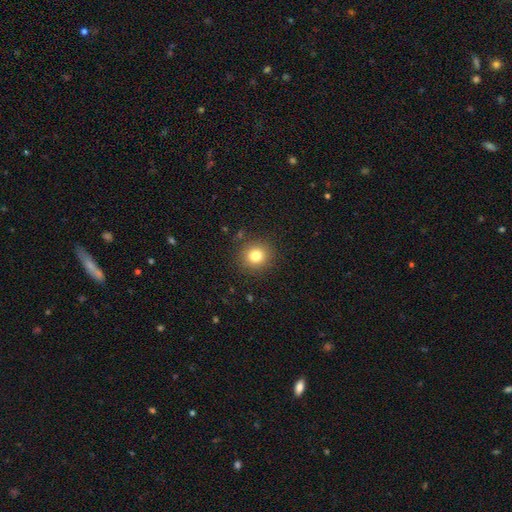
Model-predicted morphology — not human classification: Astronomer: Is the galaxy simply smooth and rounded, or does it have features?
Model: smooth — 80%.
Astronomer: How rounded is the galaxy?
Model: round — 89%.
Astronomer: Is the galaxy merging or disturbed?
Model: none — 88%.